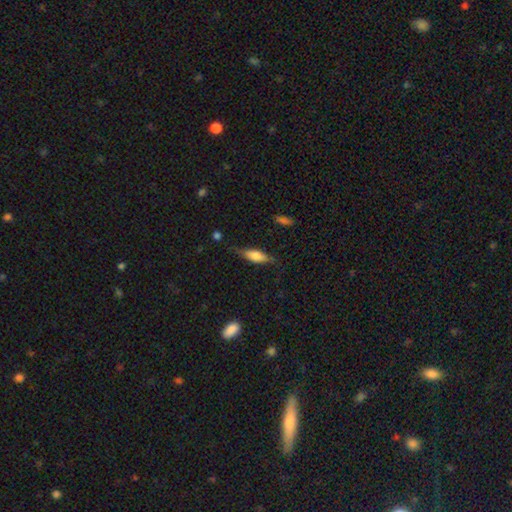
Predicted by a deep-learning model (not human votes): This appears to be a smooth galaxy with no disk features (55%) that is in between round and cigar-shaped (53%). Merging: none (70%).